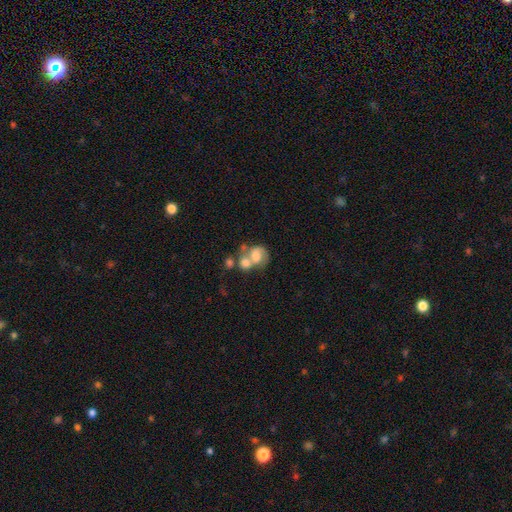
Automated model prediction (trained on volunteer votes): Smooth or featured: featured or disk — 51% (smooth — 40%)
Edge-on disk: no — 98% (yes — 2%)
Merging: merger — 58% (none — 21%)